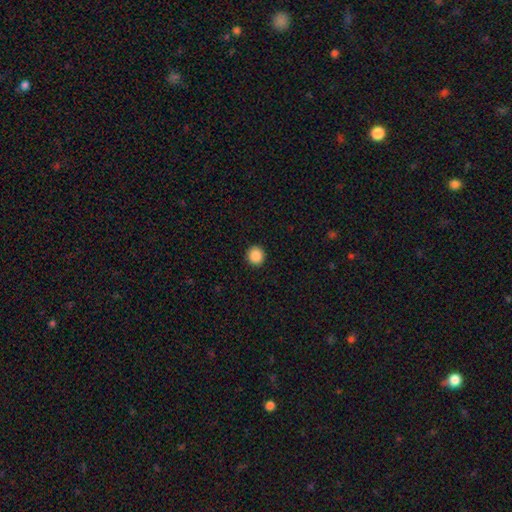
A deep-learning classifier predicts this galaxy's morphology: A smooth galaxy with no disk features (89%) that is round (92%).

Vote fractions:
- Smooth or featured? smooth: 89% / star or artifact: 9% / featured or disk: 3%
- How rounded? round: 92% / in between: 7% / cigar-shaped: 1%
- Merging? none: 93% / minor disturbance: 5% / major disturbance: 2% / merger: 1%